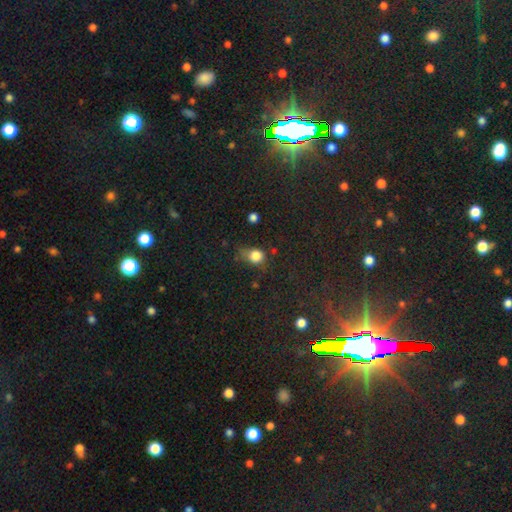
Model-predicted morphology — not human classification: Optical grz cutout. It shows a smooth galaxy with no disk features (80%) that is round (68%). Merging: none (52%).